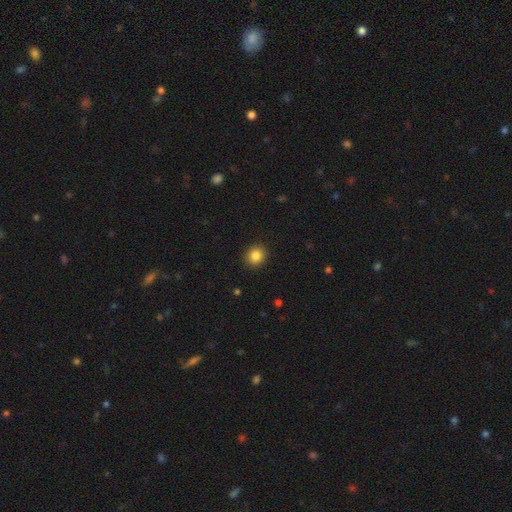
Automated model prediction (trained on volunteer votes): This is clearly a smooth galaxy (86%). How rounded: clearly round (85%). Merging: clearly none (91%).